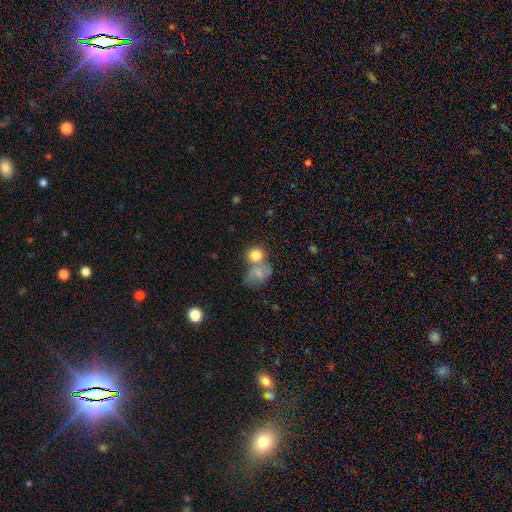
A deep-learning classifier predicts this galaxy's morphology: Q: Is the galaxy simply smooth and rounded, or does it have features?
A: smooth — 80%.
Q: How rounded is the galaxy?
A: round — 72%.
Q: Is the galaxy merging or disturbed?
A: merger — 49%.